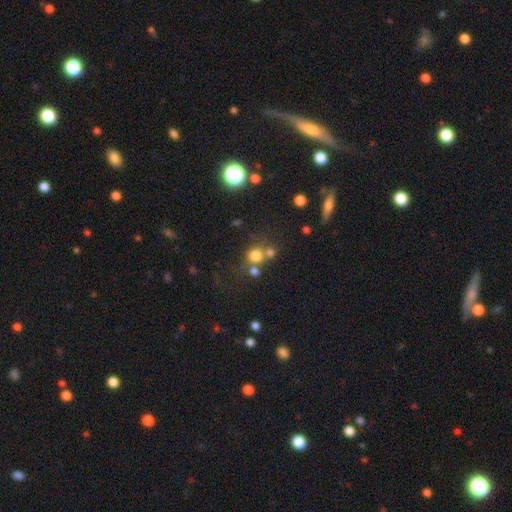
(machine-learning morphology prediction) This appears to be a smooth galaxy with no disk features (73%) that is round (82%). Merging: none (54%).